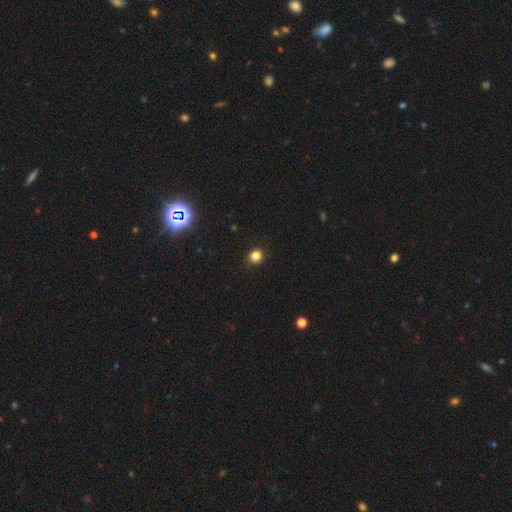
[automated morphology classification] Smooth or featured? Predicted: smooth (p=0.81). How rounded? Predicted: round (p=0.89). Merging? Predicted: none (p=0.90).